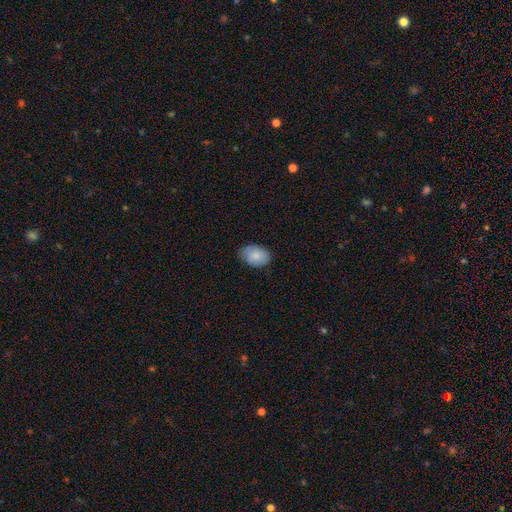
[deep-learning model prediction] This is clearly a smooth galaxy (85%). How rounded: clearly in between (81%). Merging: likely none (77%).